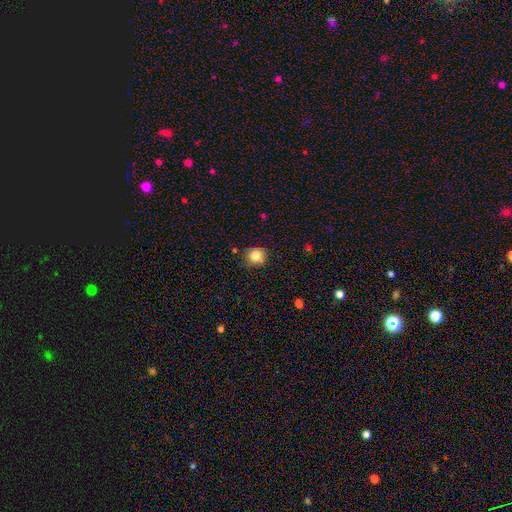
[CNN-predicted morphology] Q: Smooth or featured?
A: smooth (82%); runner-up: star or artifact (11%)
Q: How rounded?
A: round (86%); runner-up: in between (13%)
Q: Merging?
A: none (81%); runner-up: minor disturbance (14%)